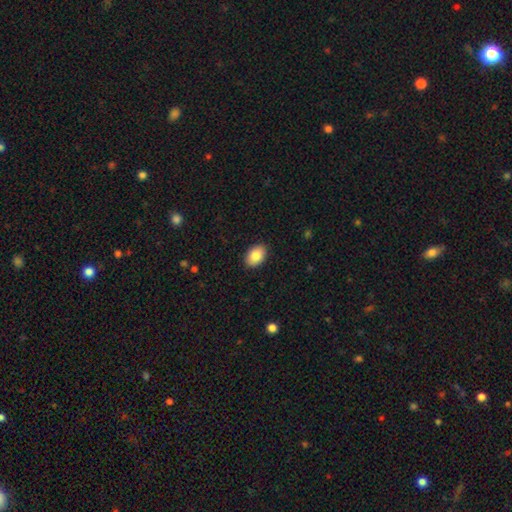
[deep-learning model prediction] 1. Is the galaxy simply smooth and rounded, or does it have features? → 86% smooth, 7% featured or disk, 7% star or artifact.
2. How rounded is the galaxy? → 85% in between, 14% round, 1% cigar-shaped.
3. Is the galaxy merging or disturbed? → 90% none, 7% minor disturbance, 2% major disturbance, 1% merger.